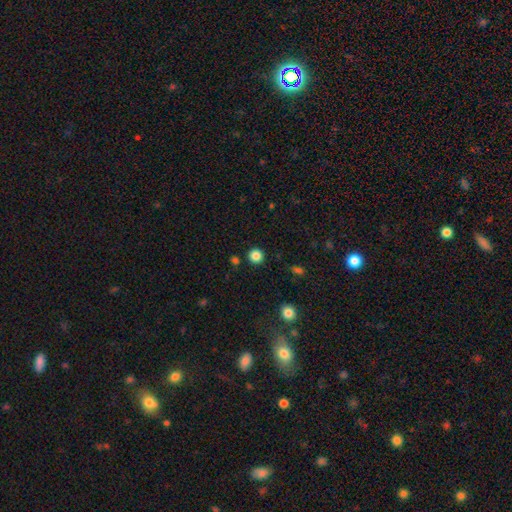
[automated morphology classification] This is clearly a smooth galaxy (85%). How rounded: clearly round (94%). Merging: clearly none (91%).